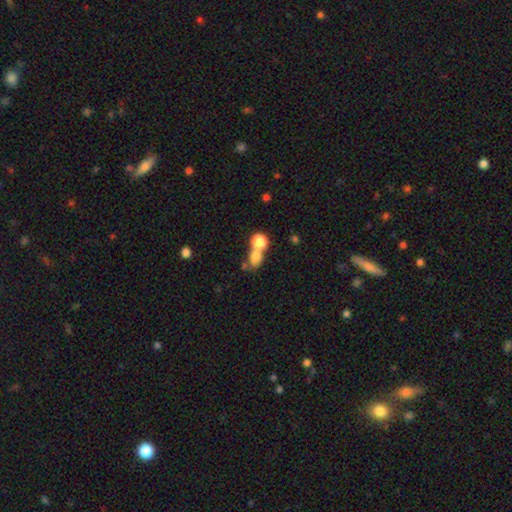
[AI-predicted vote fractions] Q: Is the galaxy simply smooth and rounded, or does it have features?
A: smooth — 73%.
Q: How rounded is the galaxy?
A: round — 49%, tied with in between.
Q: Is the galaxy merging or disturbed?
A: merger — 52%.